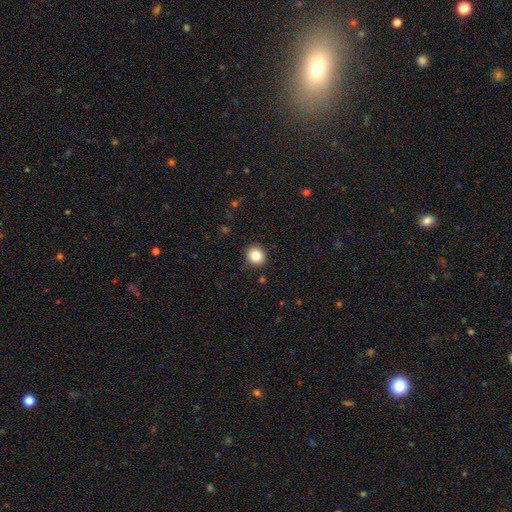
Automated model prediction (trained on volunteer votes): Q: Smooth or featured?
A: smooth (84%); runner-up: star or artifact (10%)
Q: How rounded?
A: round (91%); runner-up: in between (8%)
Q: Merging?
A: none (91%); runner-up: minor disturbance (6%)